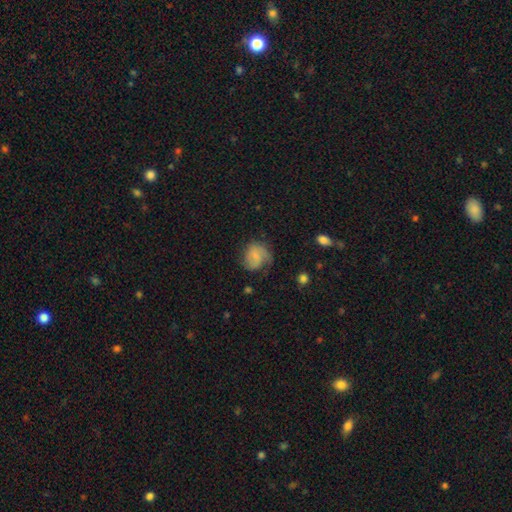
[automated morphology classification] A smooth galaxy with no disk features (53%) that is round (62%).

Vote fractions:
- Smooth or featured? smooth: 53% / featured or disk: 38% / star or artifact: 9%
- How rounded? round: 62% / in between: 37% / cigar-shaped: 1%
- Merging? none: 46% / minor disturbance: 28% / major disturbance: 23% / merger: 2%